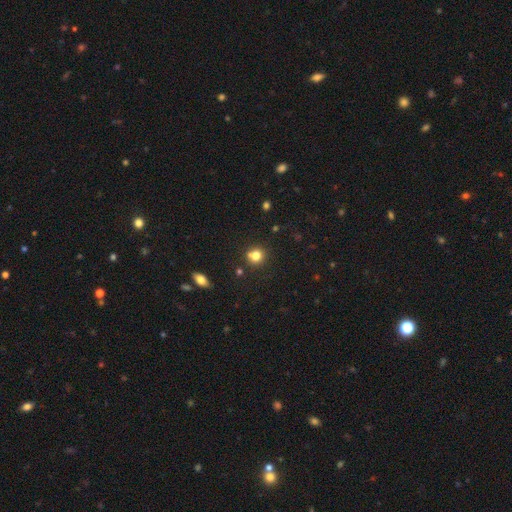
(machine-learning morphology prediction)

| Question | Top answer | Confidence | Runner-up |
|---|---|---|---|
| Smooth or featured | smooth | 77% | star or artifact (14%) |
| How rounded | round | 86% | in between (13%) |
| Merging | none | 72% | merger (15%) |